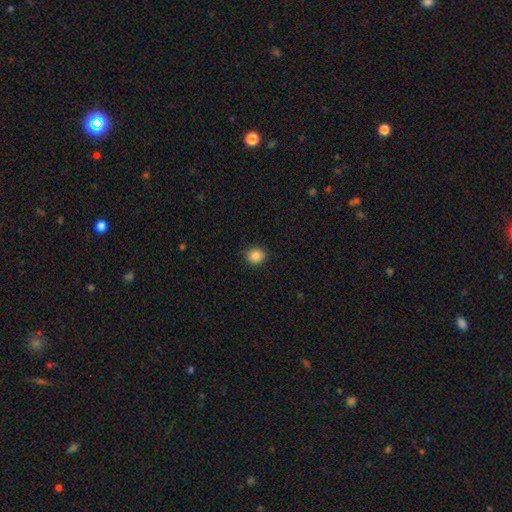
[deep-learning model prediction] Smooth or featured? smooth (85%)
How rounded? round (83%)
Merging? none (90%)